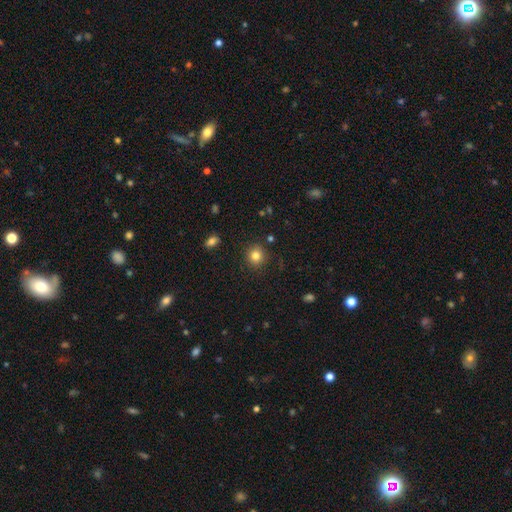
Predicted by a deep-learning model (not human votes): Morphology: type=smooth (82%); roundness=round (89%); merging=none (89%).